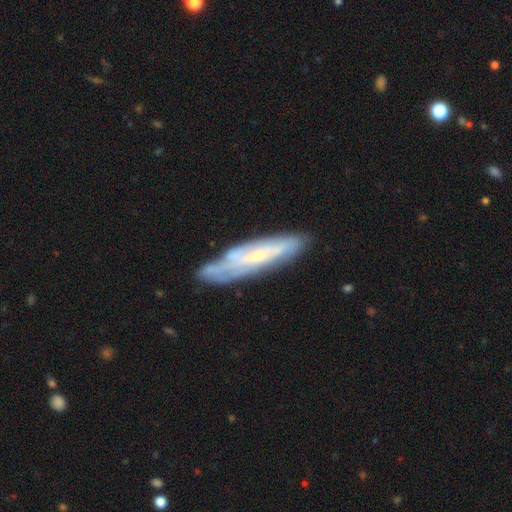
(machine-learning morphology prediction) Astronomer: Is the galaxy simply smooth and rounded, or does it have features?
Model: featured or disk — 64%.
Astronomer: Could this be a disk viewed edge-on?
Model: no — 54% (runner-up: yes, 46%).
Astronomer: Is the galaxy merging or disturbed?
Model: none — 70%.